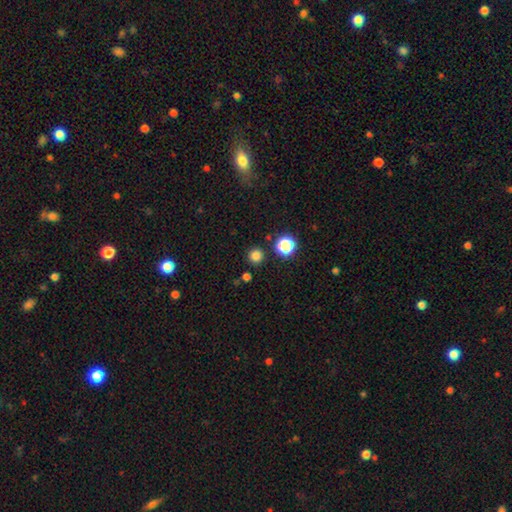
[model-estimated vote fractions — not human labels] smooth 80%, star or artifact 16%, featured or disk 4%. Down the decision tree: how rounded — round (95%); merging — none (88%).